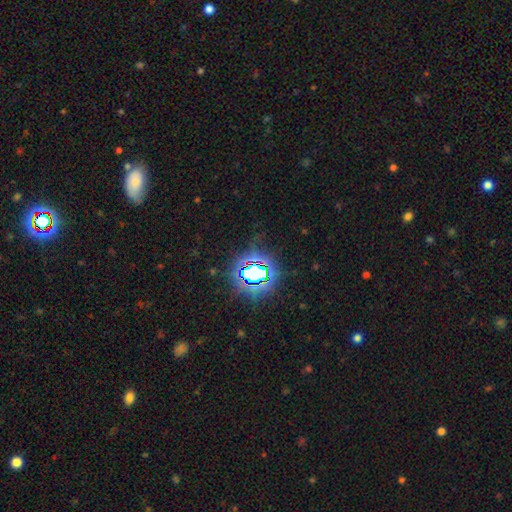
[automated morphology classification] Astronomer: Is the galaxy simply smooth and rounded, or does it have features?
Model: star or artifact — 78%.